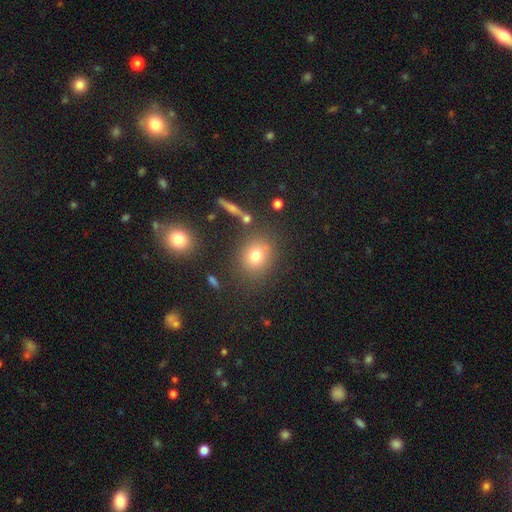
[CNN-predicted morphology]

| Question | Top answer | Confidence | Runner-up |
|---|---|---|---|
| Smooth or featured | smooth | 74% | star or artifact (15%) |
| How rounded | round | 65% | in between (33%) |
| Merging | none | 77% | minor disturbance (12%) |